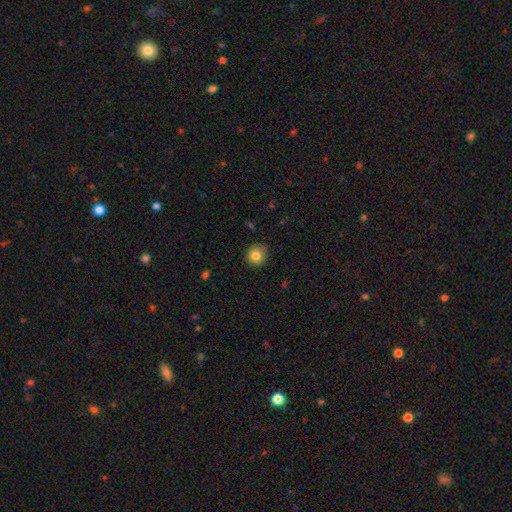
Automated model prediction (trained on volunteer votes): Q: Smooth or featured?
A: smooth (82%); runner-up: star or artifact (10%)
Q: How rounded?
A: round (88%); runner-up: in between (11%)
Q: Merging?
A: none (81%); runner-up: minor disturbance (15%)